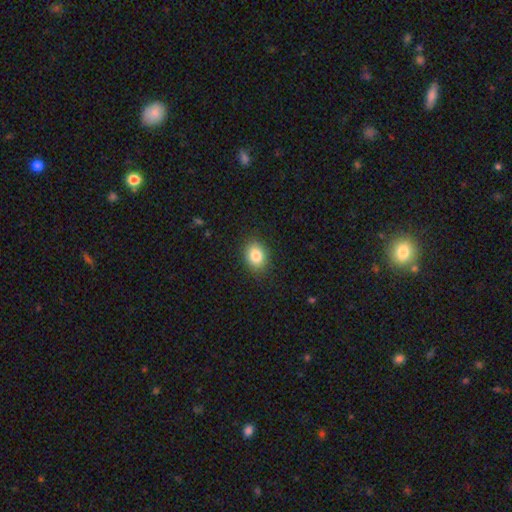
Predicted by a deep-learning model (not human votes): Smooth or featured?
  - smooth: 84% *
  - star or artifact: 9%
  - featured or disk: 7%
How rounded?
  - in between: 59% *
  - round: 40%
  - cigar-shaped: 1%
Merging?
  - none: 88% *
  - minor disturbance: 9%
  - major disturbance: 2%
  - merger: 1%